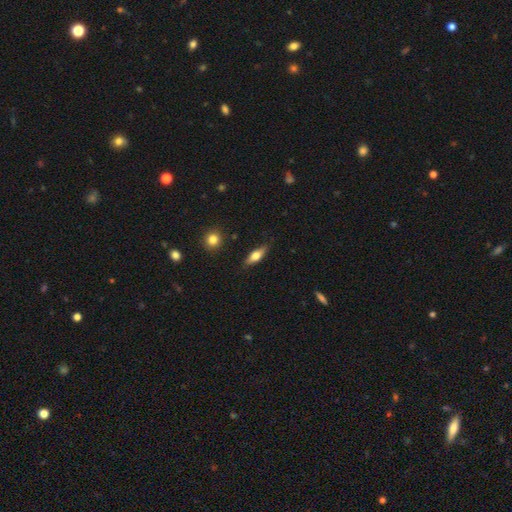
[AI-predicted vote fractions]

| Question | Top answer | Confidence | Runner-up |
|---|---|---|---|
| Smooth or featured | smooth | 62% | featured or disk (32%) |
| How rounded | in between | 59% | cigar-shaped (38%) |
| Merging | none | 83% | minor disturbance (12%) |